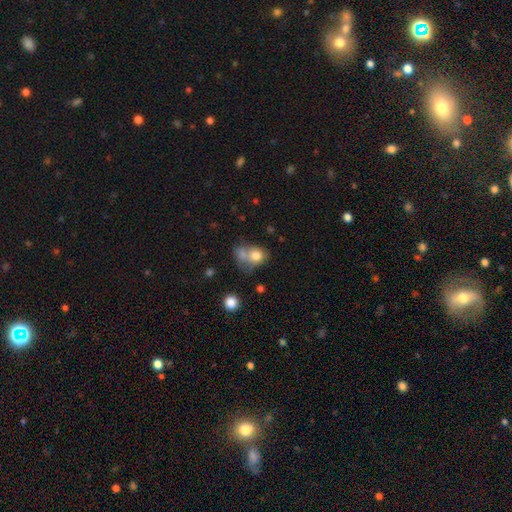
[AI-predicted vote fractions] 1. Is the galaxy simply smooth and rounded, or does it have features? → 76% smooth, 13% featured or disk, 10% star or artifact.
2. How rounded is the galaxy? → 58% round, 41% in between, 1% cigar-shaped.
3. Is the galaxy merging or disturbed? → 45% merger, 31% none, 14% minor disturbance, 10% major disturbance.